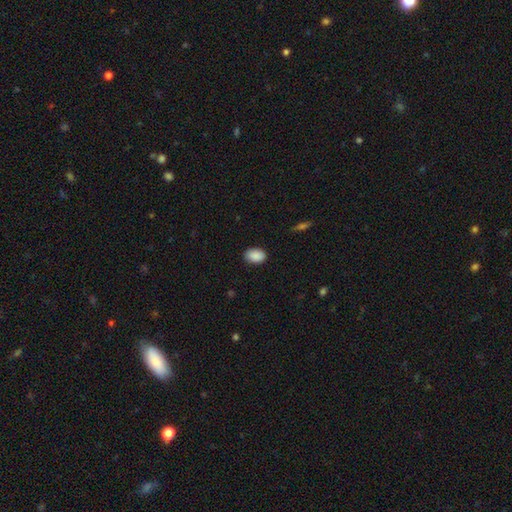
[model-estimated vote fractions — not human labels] Morphology: type=smooth (90%); roundness=in between (85%); merging=none (87%).